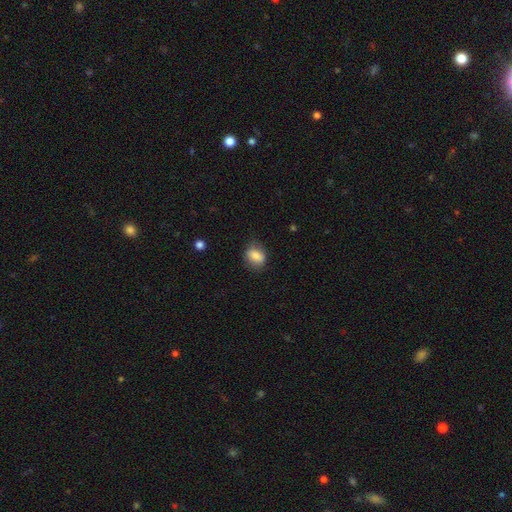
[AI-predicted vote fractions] Overall: smooth (80%). How rounded: in between (61%; round 37%). Merging: none (74%).